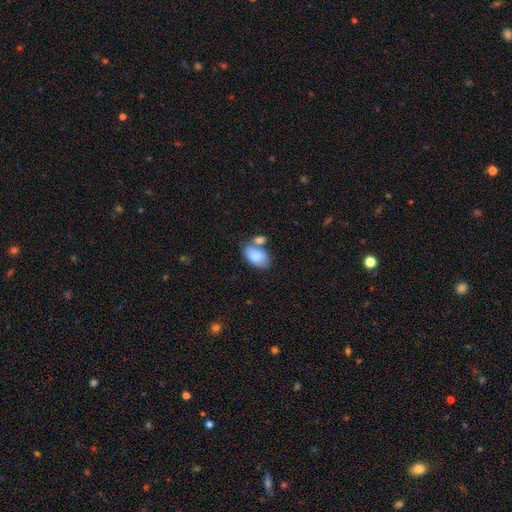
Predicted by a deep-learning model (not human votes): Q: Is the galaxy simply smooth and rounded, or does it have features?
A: smooth — 83%.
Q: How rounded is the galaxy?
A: in between — 93%.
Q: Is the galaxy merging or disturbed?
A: none — 44%.